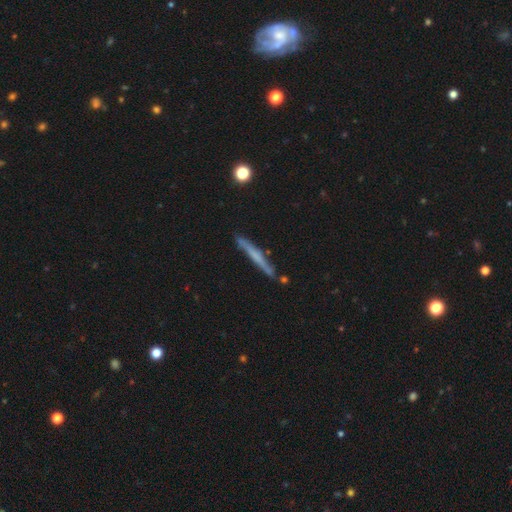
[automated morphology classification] type=featured or disk (50%); merging=none (81%).